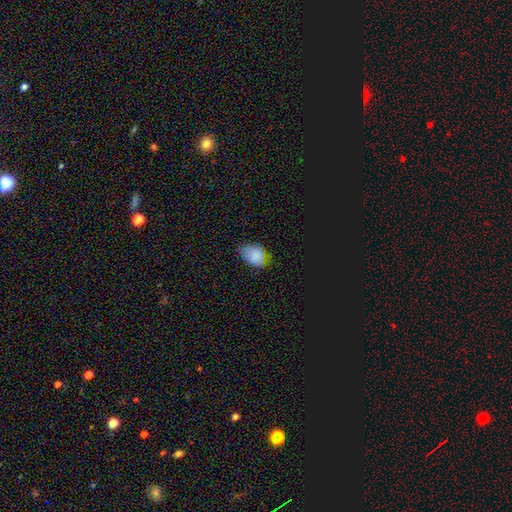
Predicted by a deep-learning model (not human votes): A smooth galaxy with no disk features (81%) that is in between round and cigar-shaped (80%).

Vote fractions:
- Smooth or featured? smooth: 81% / star or artifact: 11% / featured or disk: 8%
- How rounded? in between: 80% / round: 19% / cigar-shaped: 1%
- Merging? none: 54% / minor disturbance: 36% / major disturbance: 8% / merger: 2%